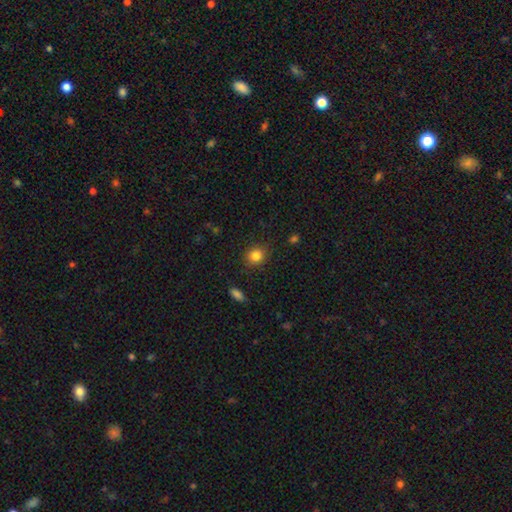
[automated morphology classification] This is clearly a smooth galaxy (83%). How rounded: likely round (78%). Merging: clearly none (87%).